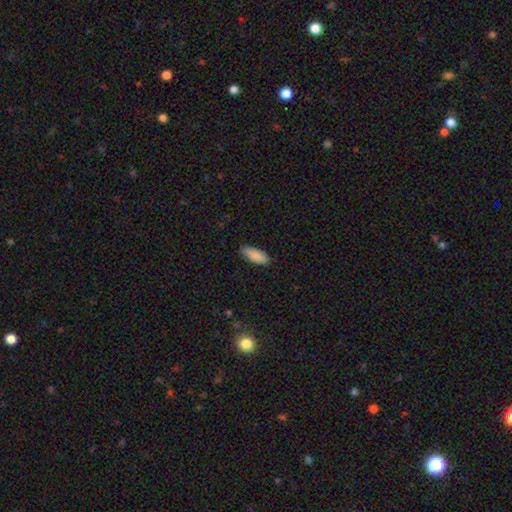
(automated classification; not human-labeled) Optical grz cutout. It shows a smooth galaxy with no disk features (89%) that is in between round and cigar-shaped (79%). Merging: none (85%).